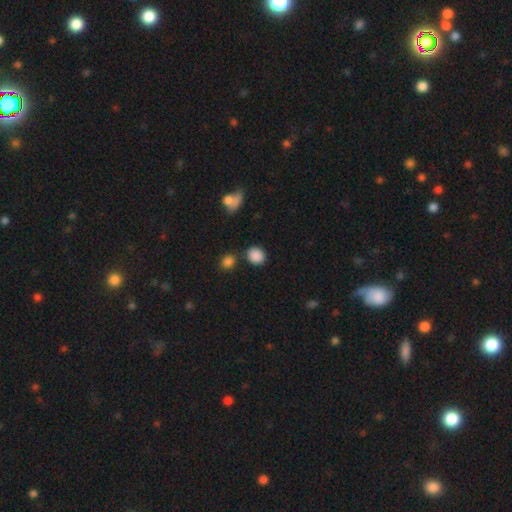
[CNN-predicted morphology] The model was most divided on "how rounded": round: 71%, in between: 28%, cigar-shaped: 1%. More confident: smooth or featured — smooth (86%); merging — none (74%).